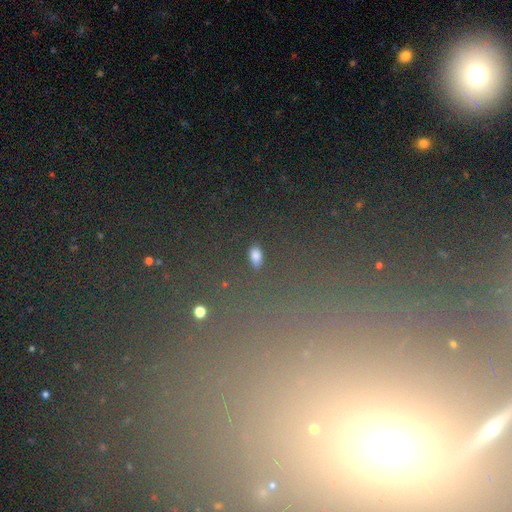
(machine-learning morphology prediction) Overall: smooth (77%). How rounded: in between (89%). Merging: none (86%).